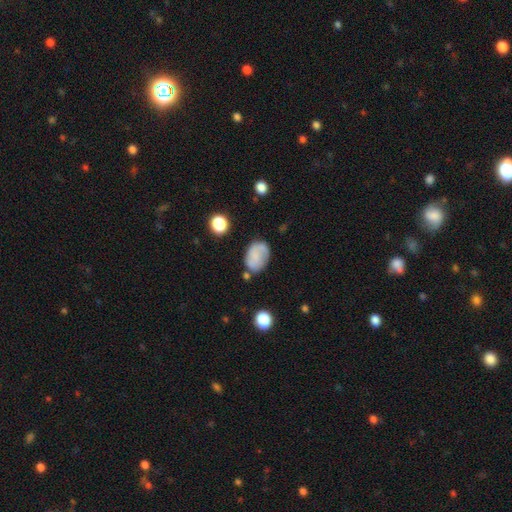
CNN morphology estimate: Smooth or featured? smooth (66%)
How rounded? in between (81%)
Merging? none (64%)